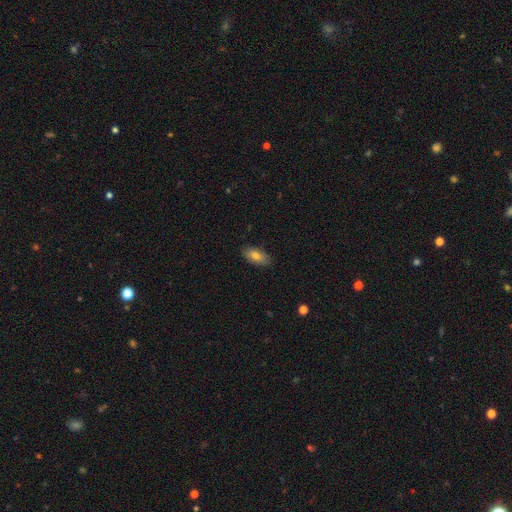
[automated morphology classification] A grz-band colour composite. It shows a smooth galaxy with no disk features (78%) that is in between round and cigar-shaped (89%). Merging: none (85%).